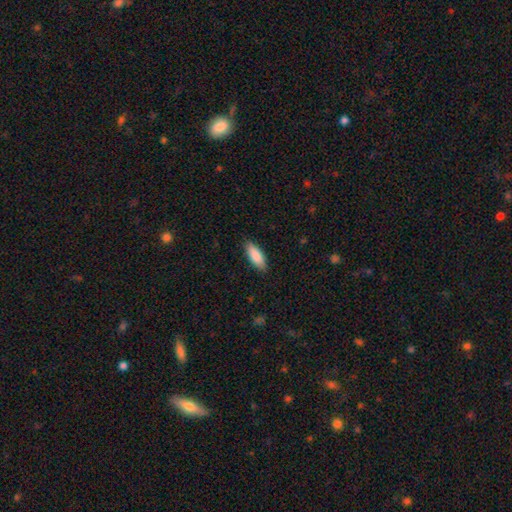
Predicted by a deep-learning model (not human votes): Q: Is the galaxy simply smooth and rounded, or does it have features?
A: smooth — 87%.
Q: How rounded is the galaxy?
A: in between — 70%.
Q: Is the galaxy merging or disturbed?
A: none — 87%.